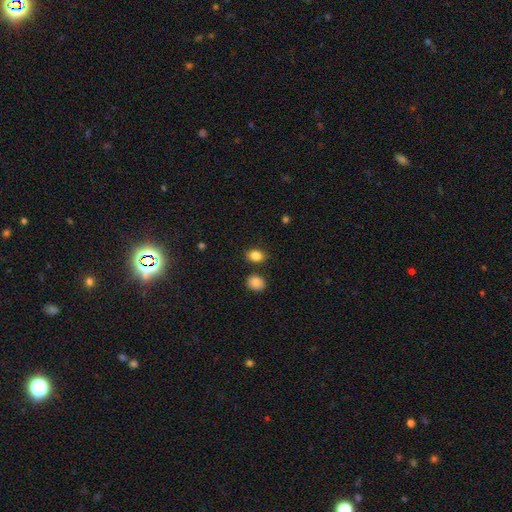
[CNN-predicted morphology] smooth-or-featured: smooth: 84% | star or artifact: 9% | featured or disk: 6%
  how-rounded: in between: 71% | round: 27% | cigar-shaped: 1%
  merging: none: 79% | minor disturbance: 11% | merger: 7% | major disturbance: 3%